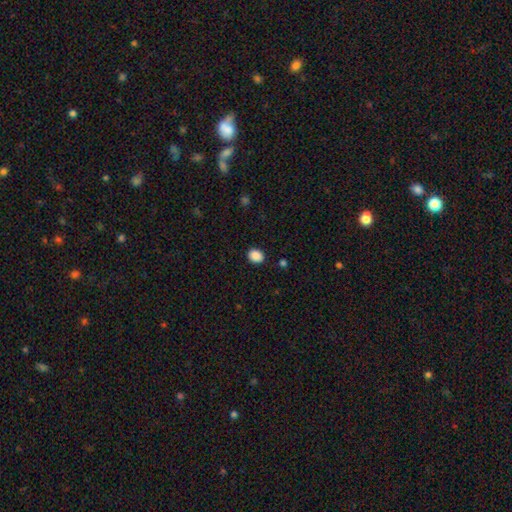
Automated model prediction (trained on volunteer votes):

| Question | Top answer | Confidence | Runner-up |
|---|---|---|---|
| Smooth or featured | smooth | 89% | star or artifact (9%) |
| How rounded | round | 52% | in between (47%) |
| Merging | none | 89% | minor disturbance (7%) |